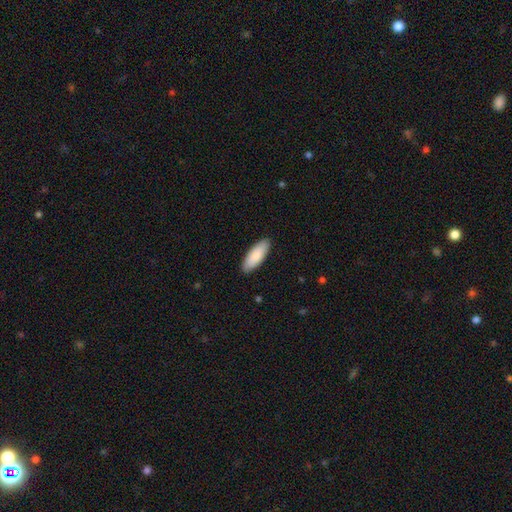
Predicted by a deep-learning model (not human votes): A smooth galaxy with no disk features (85%) that is in between round and cigar-shaped (72%).

Vote fractions:
- Smooth or featured? smooth: 85% / featured or disk: 10% / star or artifact: 5%
- How rounded? in between: 72% / cigar-shaped: 27% / round: 2%
- Merging? none: 90% / minor disturbance: 8% / major disturbance: 1% / merger: 1%